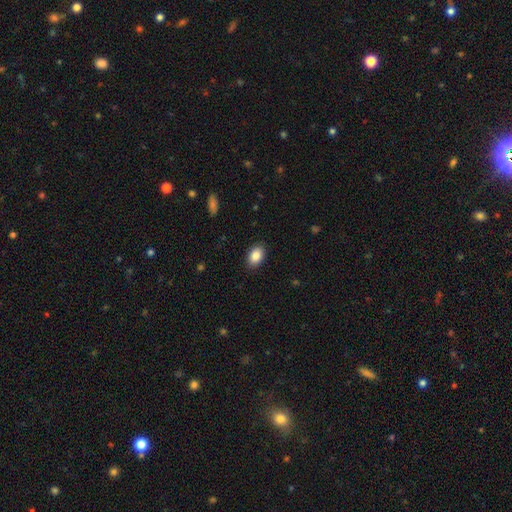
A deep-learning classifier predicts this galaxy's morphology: This appears to be a smooth galaxy with no disk features (87%) that is in between round and cigar-shaped (85%). Merging: none (89%).